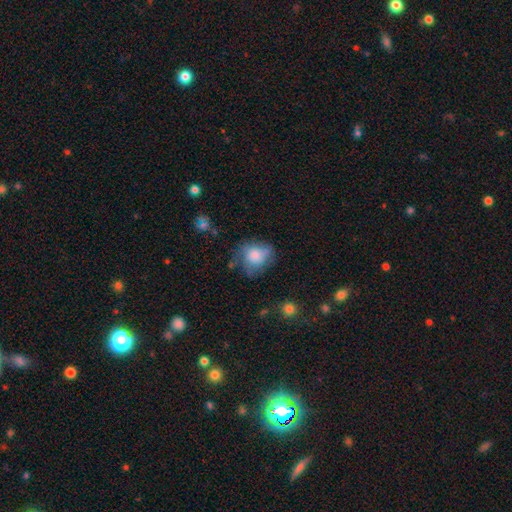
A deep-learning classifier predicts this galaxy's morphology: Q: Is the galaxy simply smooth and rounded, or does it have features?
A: smooth — 65%.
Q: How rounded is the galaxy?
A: round — 67%.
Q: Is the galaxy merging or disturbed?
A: none — 51%.